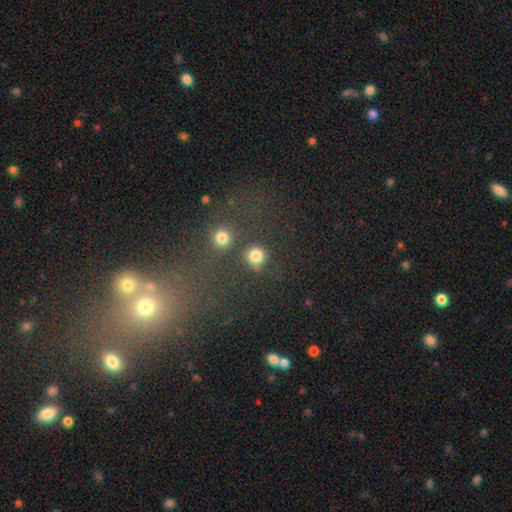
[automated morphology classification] type=smooth (80%); roundness=round (91%); merging=none (74%).